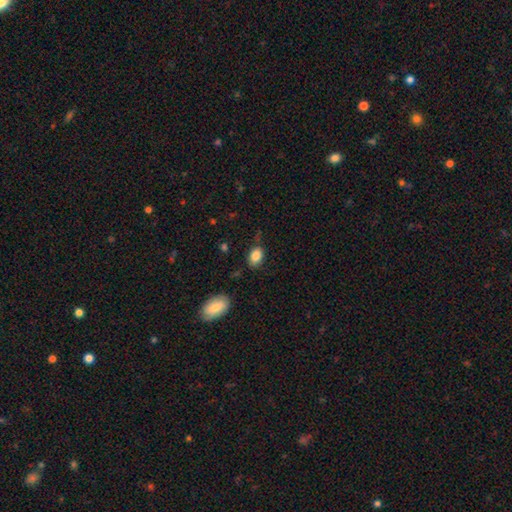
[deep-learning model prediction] Smooth or featured? smooth (86%)
How rounded? in between (84%)
Merging? none (74%)